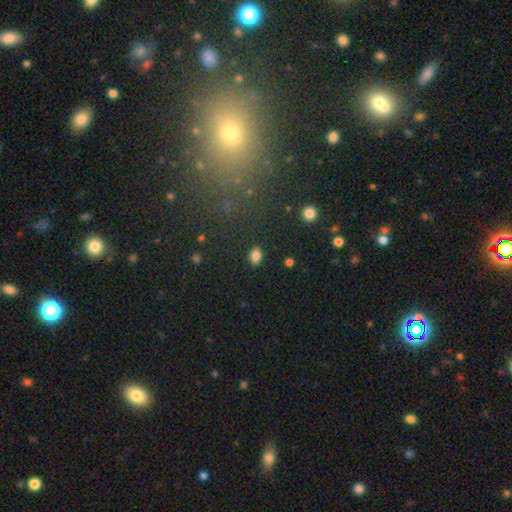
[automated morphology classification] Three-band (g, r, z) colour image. It shows a smooth galaxy with no disk features (85%) that is in between round and cigar-shaped (80%). Merging: none (87%).